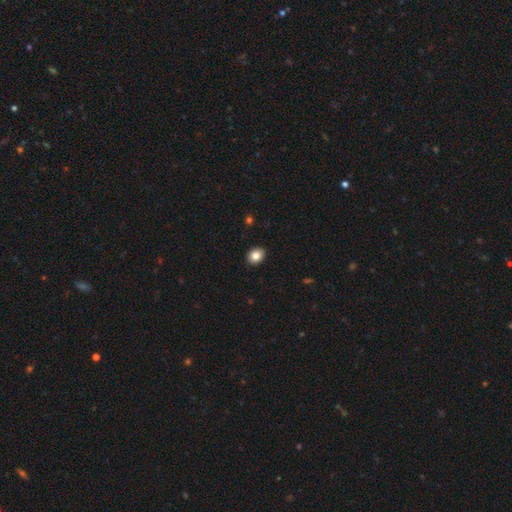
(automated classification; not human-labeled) Smooth or featured?
  - smooth: 85% *
  - star or artifact: 9%
  - featured or disk: 6%
How rounded?
  - in between: 50% *
  - round: 49%
  - cigar-shaped: 1%
Merging?
  - none: 91% *
  - minor disturbance: 6%
  - major disturbance: 2%
  - merger: 1%